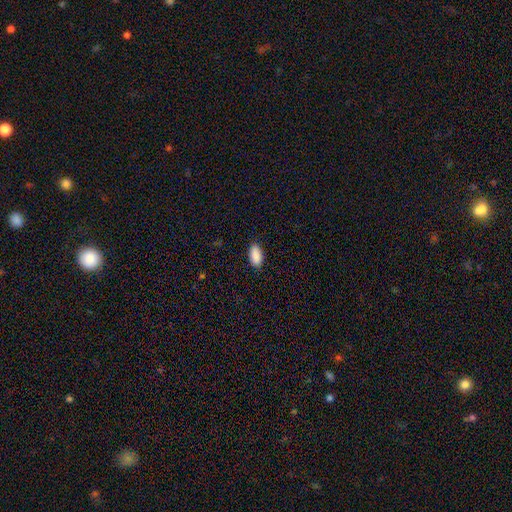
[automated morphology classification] Smooth or featured: smooth — 91% (star or artifact — 6%)
How rounded: in between — 93% (cigar-shaped — 4%)
Merging: none — 88% (minor disturbance — 9%)